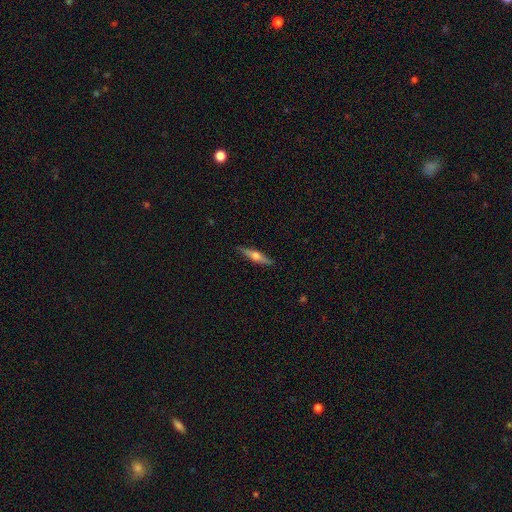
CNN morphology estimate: A featured or disk galaxy (64%) viewed edge-on (96%) with a rounded central bulge (94%).

Vote fractions:
- Smooth or featured? featured or disk: 64% / smooth: 30% / star or artifact: 6%
- Edge-on disk? yes: 96% / no: 4%
- Edge-on bulge? rounded: 94% / boxy: 3% / none: 3%
- Merging? none: 90% / minor disturbance: 7% / major disturbance: 2% / merger: 1%